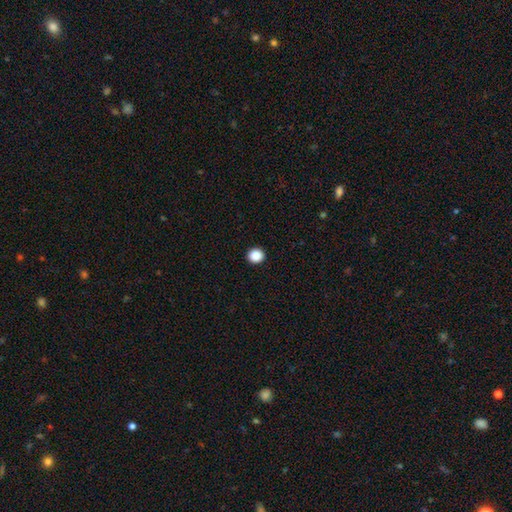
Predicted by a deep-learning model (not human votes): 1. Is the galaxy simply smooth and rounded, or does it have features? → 88% smooth, 10% star or artifact, 2% featured or disk.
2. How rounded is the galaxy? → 91% round, 8% in between, 1% cigar-shaped.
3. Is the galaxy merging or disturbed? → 94% none, 4% minor disturbance, 1% major disturbance, 1% merger.